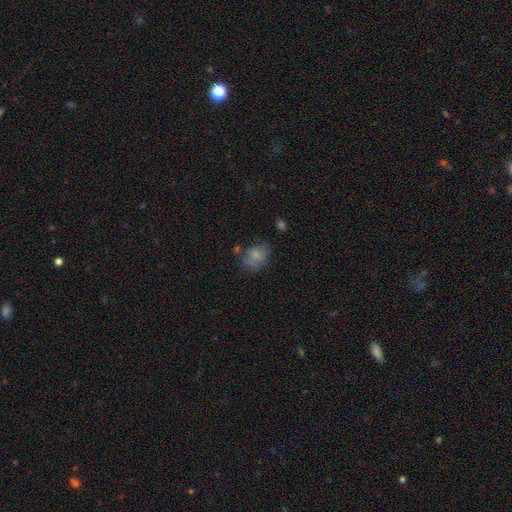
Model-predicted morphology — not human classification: Q: Smooth or featured?
A: smooth (76%); runner-up: featured or disk (14%)
Q: How rounded?
A: in between (76%); runner-up: round (23%)
Q: Merging?
A: none (53%); runner-up: minor disturbance (27%)